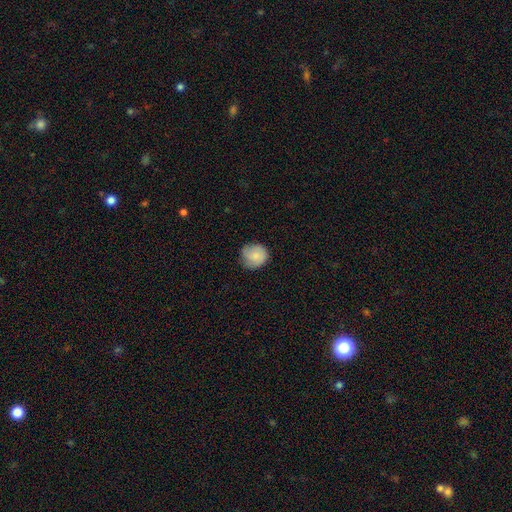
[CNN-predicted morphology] Smooth or featured: smooth — 80% (featured or disk — 13%)
How rounded: round — 85% (in between — 14%)
Merging: none — 71% (minor disturbance — 23%)